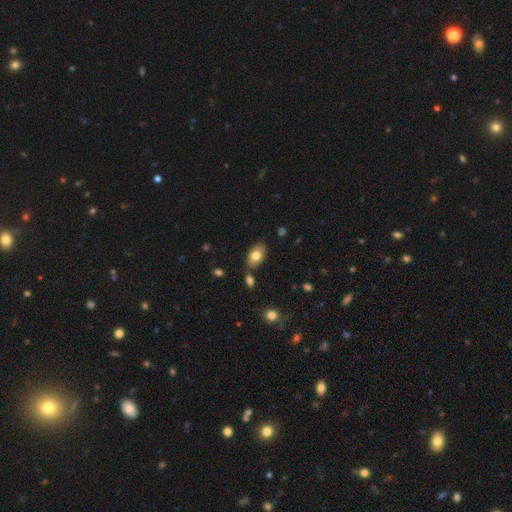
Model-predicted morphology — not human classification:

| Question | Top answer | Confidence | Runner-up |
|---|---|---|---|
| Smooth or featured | smooth | 79% | featured or disk (14%) |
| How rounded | in between | 91% | round (7%) |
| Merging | none | 75% | minor disturbance (14%) |